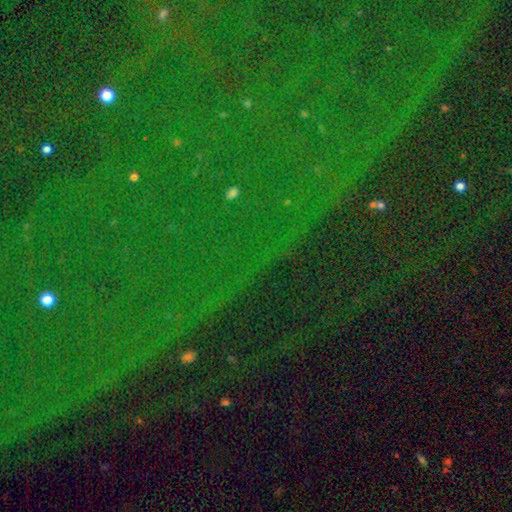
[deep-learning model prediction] smooth_or_featured: star or artifact (p=0.85) [alt: smooth p=0.08]